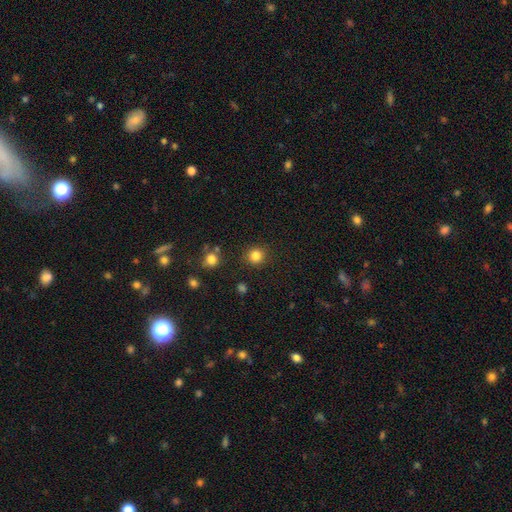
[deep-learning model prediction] Morphology: type=smooth (83%); roundness=round (92%); merging=none (88%).